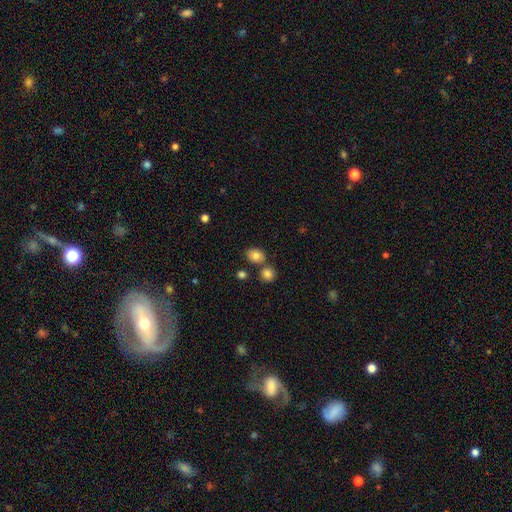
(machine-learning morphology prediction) Smooth or featured? smooth (82%)
How rounded? in between (50%)
Merging? none (68%)